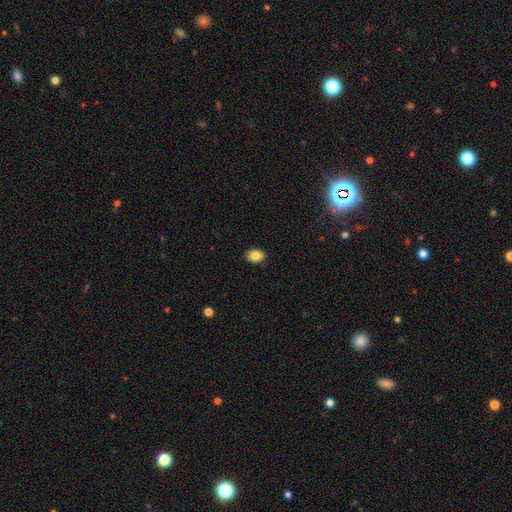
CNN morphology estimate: type=smooth (85%); roundness=in between (72%); merging=none (89%).